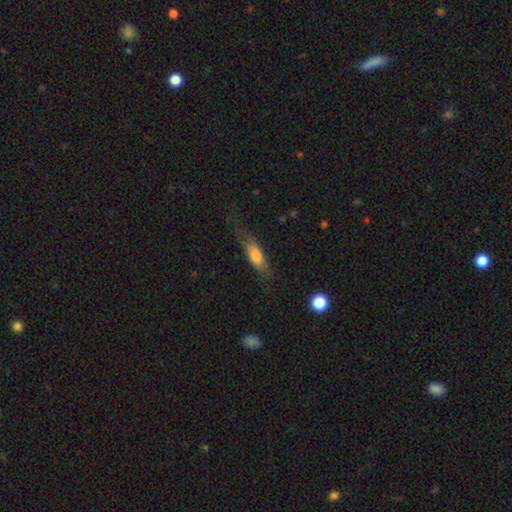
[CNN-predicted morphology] smooth 71%, featured or disk 23%, star or artifact 7%. Down the decision tree: how rounded — in between (59%); merging — none (54%).